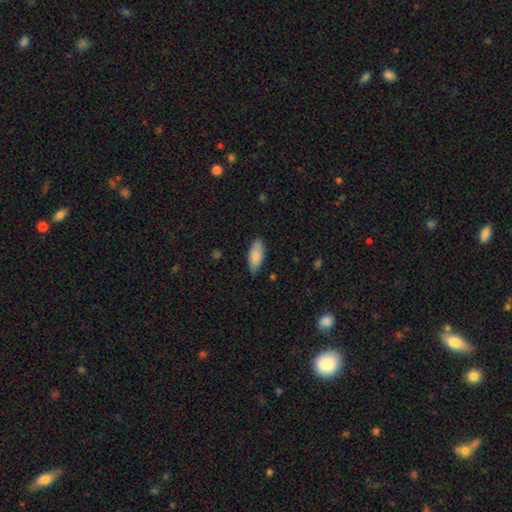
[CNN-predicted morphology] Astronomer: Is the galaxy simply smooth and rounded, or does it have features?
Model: smooth — 85%.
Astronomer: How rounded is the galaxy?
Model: in between — 81%.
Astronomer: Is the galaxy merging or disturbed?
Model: none — 75%.